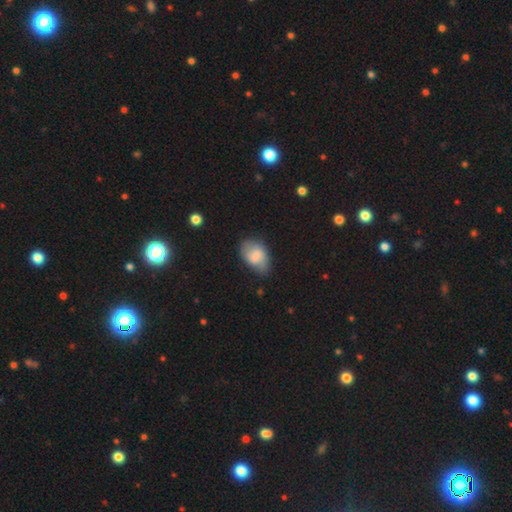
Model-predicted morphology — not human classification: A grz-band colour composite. It shows a smooth galaxy with no disk features (67%) that is in between round and cigar-shaped (86%). Merging: none (57%).